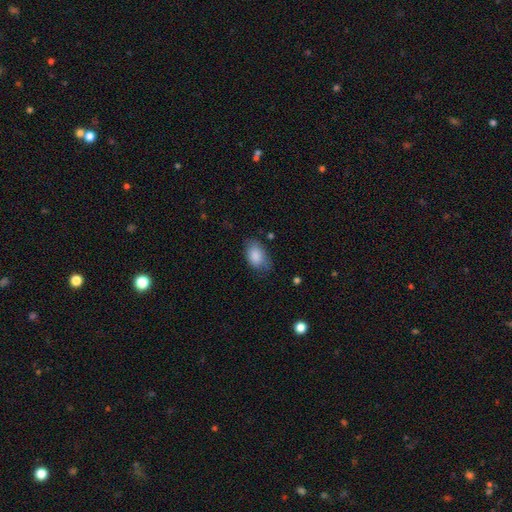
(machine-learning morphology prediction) type=smooth (86%); roundness=in between (91%); merging=none (63%).